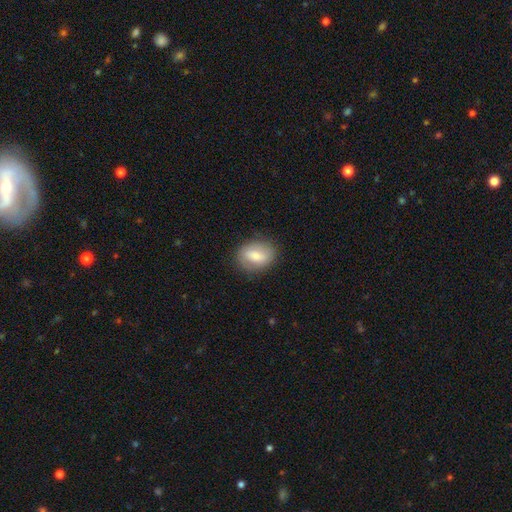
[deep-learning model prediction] Smooth or featured?
  - smooth: 62% *
  - featured or disk: 31%
  - star or artifact: 7%
How rounded?
  - in between: 66% *
  - round: 33%
  - cigar-shaped: 2%
Merging?
  - none: 82% *
  - minor disturbance: 13%
  - major disturbance: 4%
  - merger: 1%